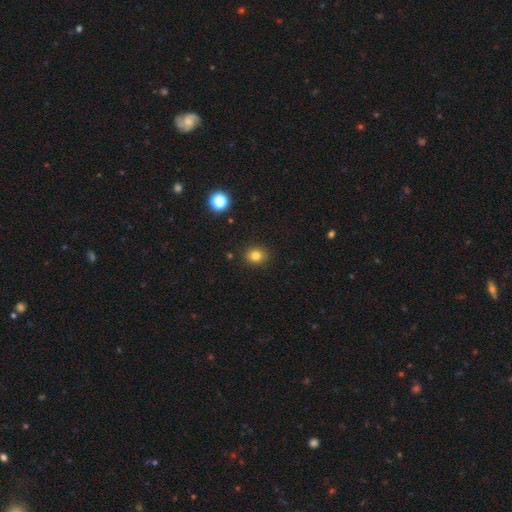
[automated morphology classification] A smooth galaxy with no disk features (80%) that is round (75%). Merging: none (90%).